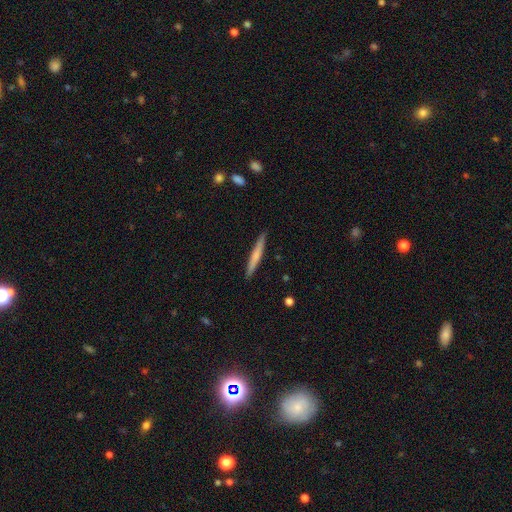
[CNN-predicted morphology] smooth 59%, featured or disk 36%, star or artifact 5%. Down the decision tree: how rounded — cigar-shaped (96%); merging — none (90%).